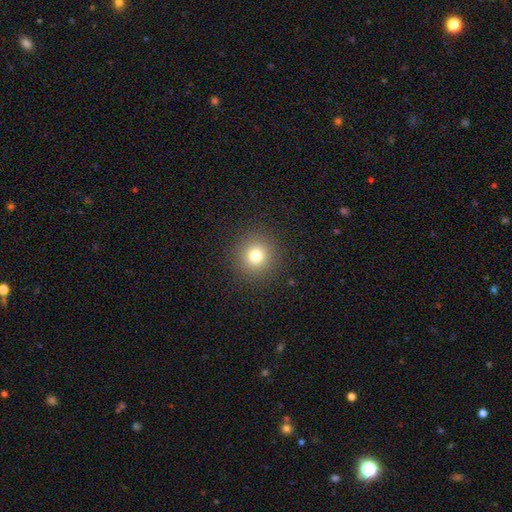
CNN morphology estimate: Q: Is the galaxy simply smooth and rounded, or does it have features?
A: smooth — 77%.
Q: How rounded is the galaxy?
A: round — 94%.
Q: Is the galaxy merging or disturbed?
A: none — 91%.